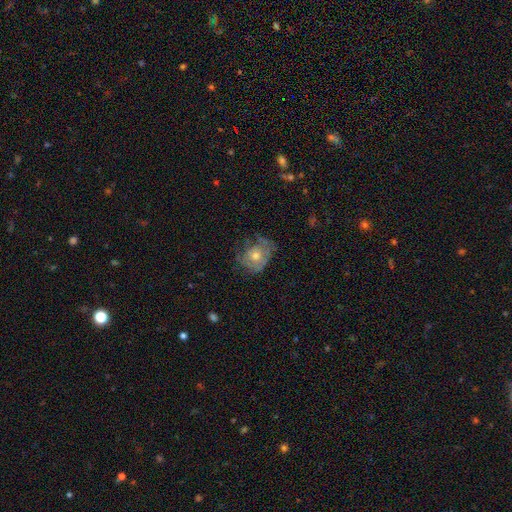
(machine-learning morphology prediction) A featured or disk galaxy (58%) with no bar (86%), spiral arms (61%) and a moderate central bulge (65%).

Vote fractions:
- Smooth or featured? featured or disk: 58% / smooth: 31% / star or artifact: 11%
- Edge-on disk? no: 96% / yes: 4%
- Bar? no: 86% / weak: 12% / strong: 2%
- Spiral arms? yes: 61% / no: 39%
- Bulge size? moderate: 65% / small: 26% / large: 6% / none: 2% / dominant: 1%
- Merging? none: 57% / minor disturbance: 25% / major disturbance: 17% / merger: 2%